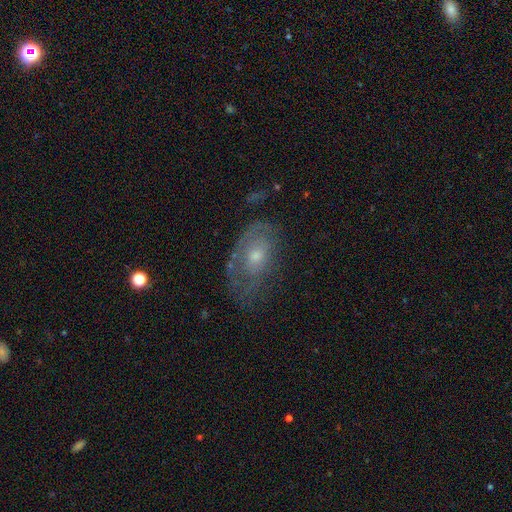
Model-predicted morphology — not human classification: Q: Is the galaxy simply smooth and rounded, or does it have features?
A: featured or disk — 62%.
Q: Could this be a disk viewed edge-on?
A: no — 93%.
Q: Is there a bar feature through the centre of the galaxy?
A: no — 83%.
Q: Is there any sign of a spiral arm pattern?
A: yes — 58%.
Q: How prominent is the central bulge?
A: moderate — 48%.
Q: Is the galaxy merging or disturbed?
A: none — 52%.